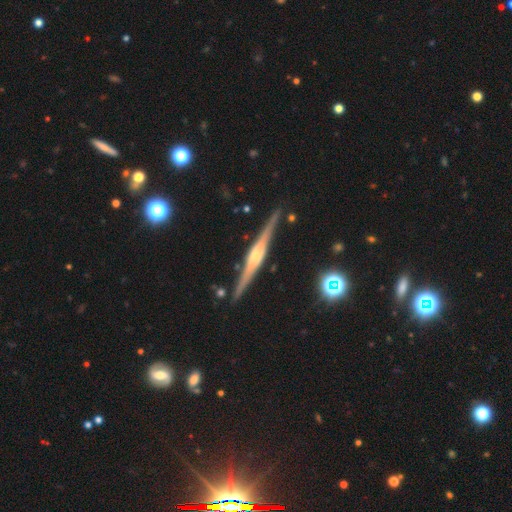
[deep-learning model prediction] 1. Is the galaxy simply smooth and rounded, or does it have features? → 85% featured or disk, 9% smooth, 6% star or artifact.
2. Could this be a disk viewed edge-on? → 98% yes, 2% no.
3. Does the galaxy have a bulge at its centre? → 65% rounded, 29% boxy, 7% none.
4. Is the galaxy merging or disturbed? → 88% none, 8% minor disturbance, 2% merger, 2% major disturbance.